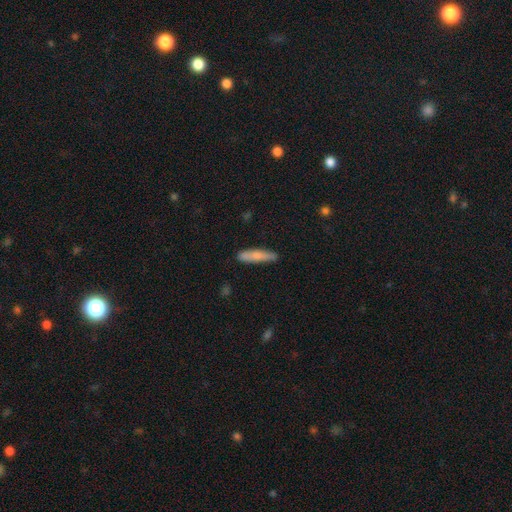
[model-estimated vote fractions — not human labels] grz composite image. It shows a smooth galaxy with no disk features (76%) that is cigar-shaped (82%). Merging: none (82%).